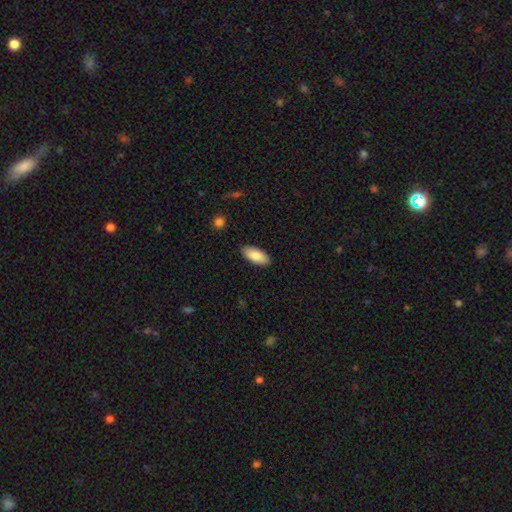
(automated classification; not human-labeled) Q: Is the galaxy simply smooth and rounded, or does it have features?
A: smooth — 86%.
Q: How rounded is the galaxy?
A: in between — 88%.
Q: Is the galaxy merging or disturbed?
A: none — 89%.